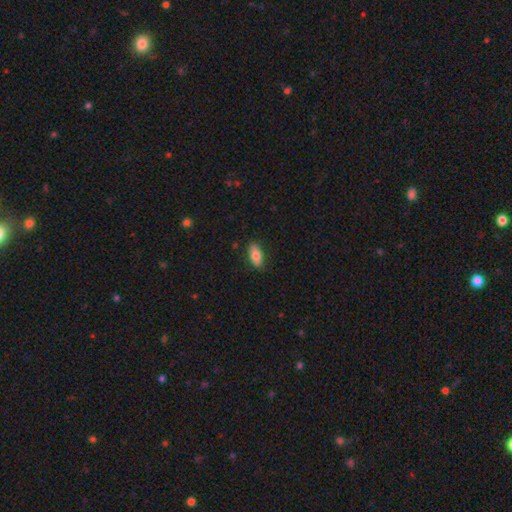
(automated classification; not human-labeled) Smooth or featured? smooth (78%)
How rounded? in between (83%)
Merging? none (84%)